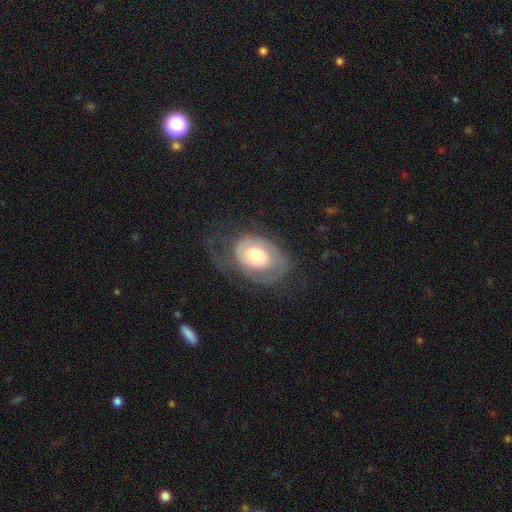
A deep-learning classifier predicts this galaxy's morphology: Smooth or featured: featured or disk — 59% (smooth — 34%)
Edge-on disk: no — 95% (yes — 5%)
Bar: no — 82% (weak — 15%)
Spiral arms: yes — 66% (no — 34%)
Bulge size: moderate — 58% (large — 26%)
Merging: none — 47% (major disturbance — 27%)